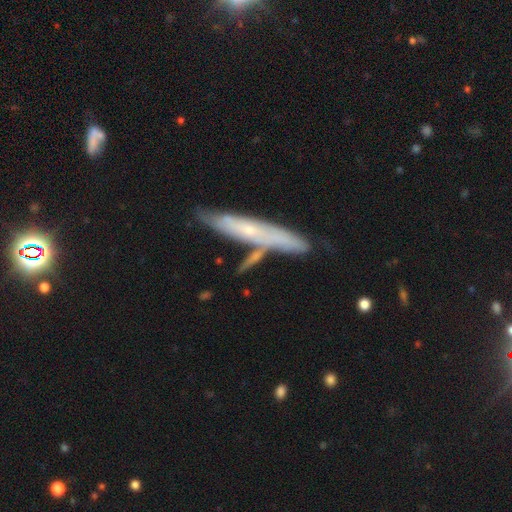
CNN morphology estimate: featured or disk 50%, smooth 44%, star or artifact 6%. Down the decision tree: edge-on disk — yes (69%); merging — none (57%).